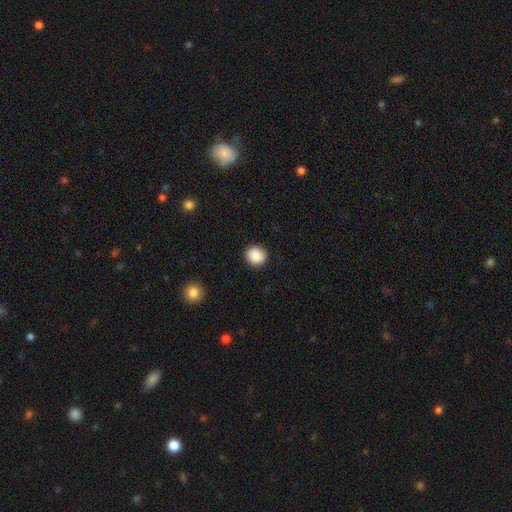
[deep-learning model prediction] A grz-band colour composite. It shows a smooth galaxy with no disk features (89%) that is round (84%). Merging: none (91%).